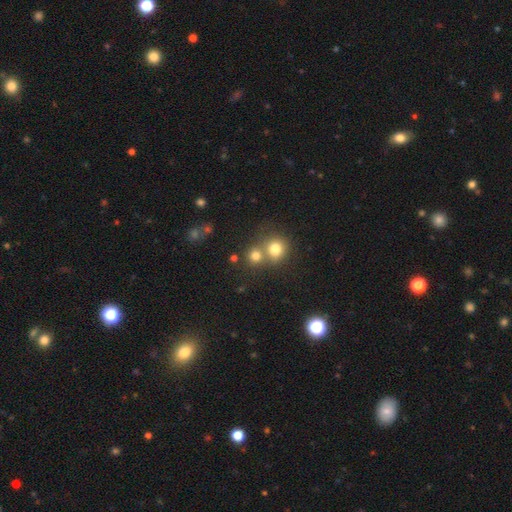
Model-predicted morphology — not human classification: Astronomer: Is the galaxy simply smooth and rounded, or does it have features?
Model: smooth — 75%.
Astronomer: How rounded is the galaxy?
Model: round — 87%.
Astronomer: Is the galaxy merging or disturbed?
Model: none — 52% (runner-up: merger, 39%).